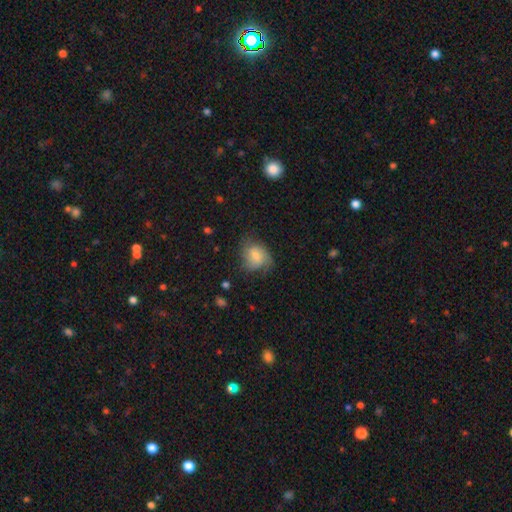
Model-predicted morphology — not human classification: This is possibly a smooth galaxy (56%). How rounded: possibly in between (52%). Merging: possibly none (54%).